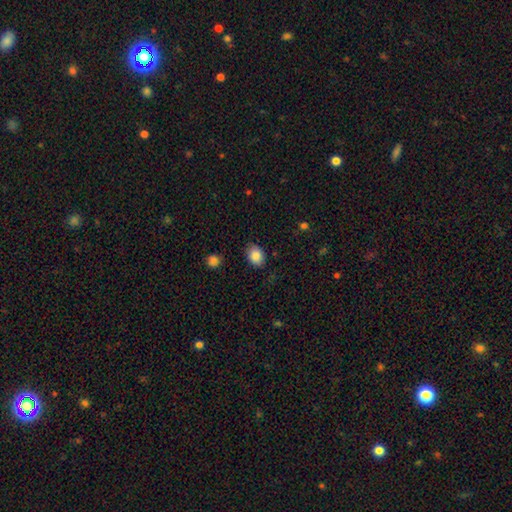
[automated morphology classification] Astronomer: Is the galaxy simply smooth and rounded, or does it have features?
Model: smooth — 87%.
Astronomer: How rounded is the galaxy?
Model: in between — 68%.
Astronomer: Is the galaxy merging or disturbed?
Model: none — 84%.